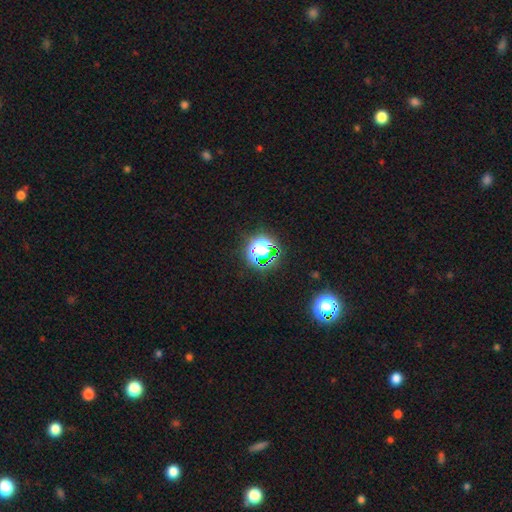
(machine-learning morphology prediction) type=star or artifact (72%).